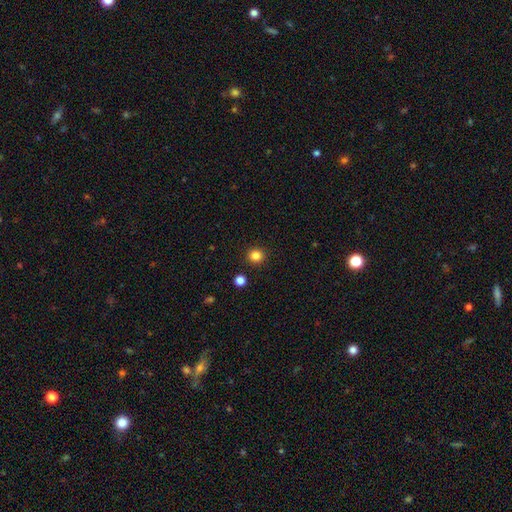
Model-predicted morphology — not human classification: Smooth or featured? Predicted: smooth (p=0.84). How rounded? Predicted: round (p=0.92). Merging? Predicted: none (p=0.92).